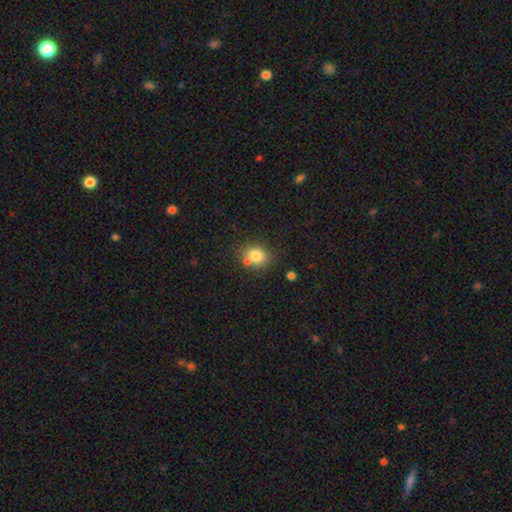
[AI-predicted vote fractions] smooth_or_featured: smooth (p=0.79) [alt: star or artifact p=0.11]
how_rounded: round (p=0.60) [alt: in between p=0.39]
merging: none (p=0.64) [alt: merger p=0.17]